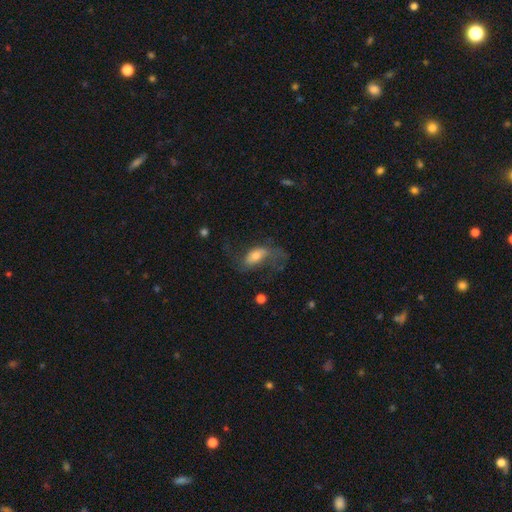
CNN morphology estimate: smooth_or_featured: featured or disk (p=0.50) [alt: smooth p=0.41]
disk_edge_on: no (p=0.92) [alt: yes p=0.08]
merging: major disturbance (p=0.43) [alt: none p=0.35]